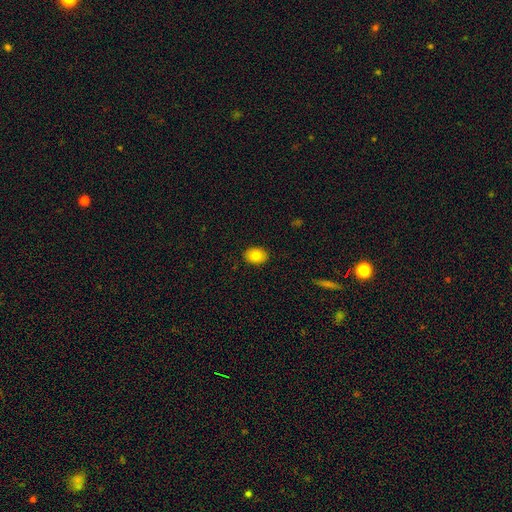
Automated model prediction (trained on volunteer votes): Smooth or featured? Predicted: smooth (p=0.81). How rounded? Predicted: in between (p=0.65). Merging? Predicted: none (p=0.90).